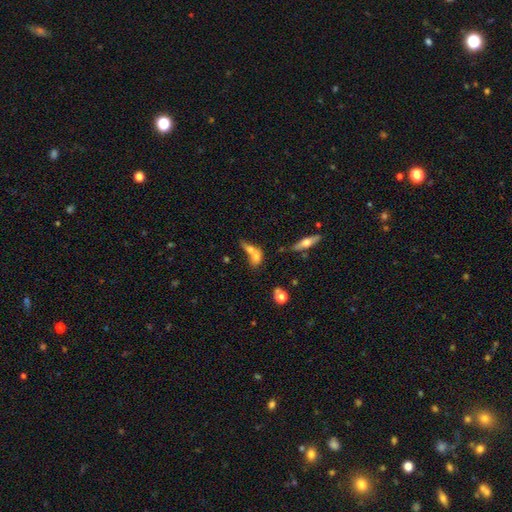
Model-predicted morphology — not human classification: Smooth or featured: smooth — 61% (featured or disk — 26%)
How rounded: in between — 64% (round — 20%)
Merging: merger — 60% (none — 25%)